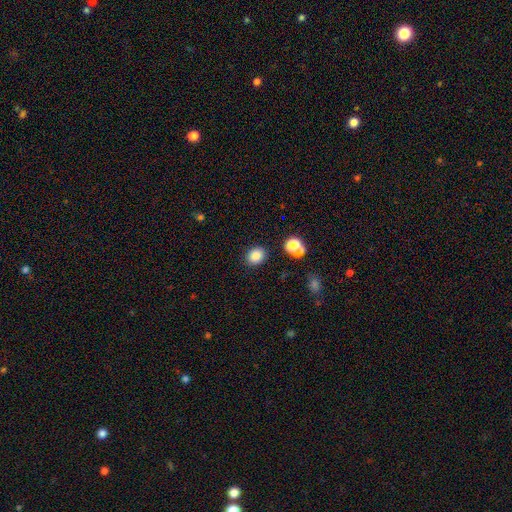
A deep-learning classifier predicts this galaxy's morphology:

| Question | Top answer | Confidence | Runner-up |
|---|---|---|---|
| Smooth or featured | smooth | 83% | star or artifact (12%) |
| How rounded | round | 63% | in between (36%) |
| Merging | none | 85% | minor disturbance (8%) |